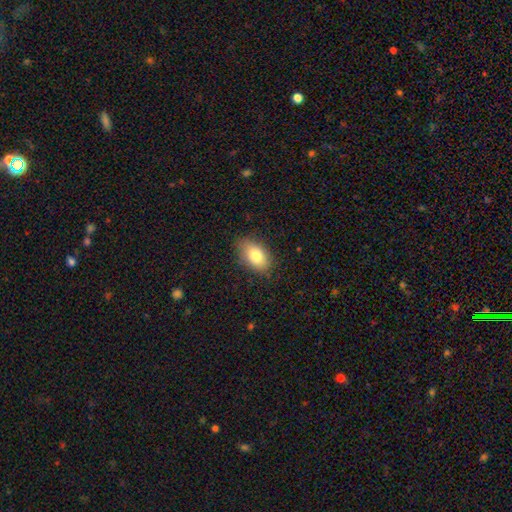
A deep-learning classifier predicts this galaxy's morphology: Overall: smooth (80%). How rounded: in between (89%). Merging: none (82%).